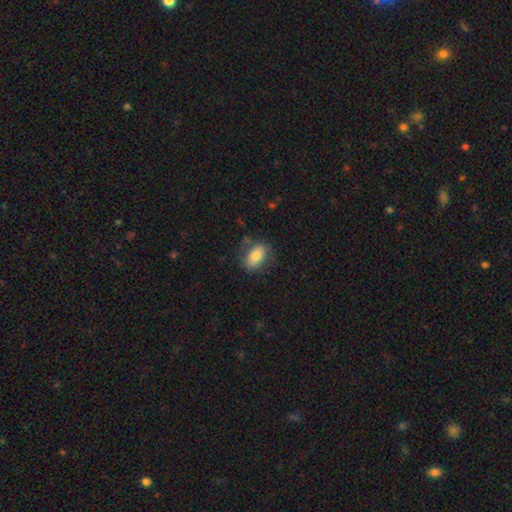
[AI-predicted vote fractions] Smooth or featured: smooth — 78% (featured or disk — 15%)
How rounded: in between — 88% (round — 8%)
Merging: none — 73% (minor disturbance — 18%)